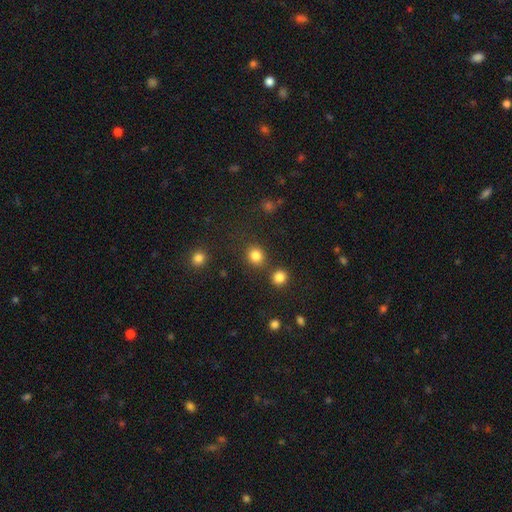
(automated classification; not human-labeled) Smooth or featured? smooth (83%)
How rounded? round (84%)
Merging? none (79%)